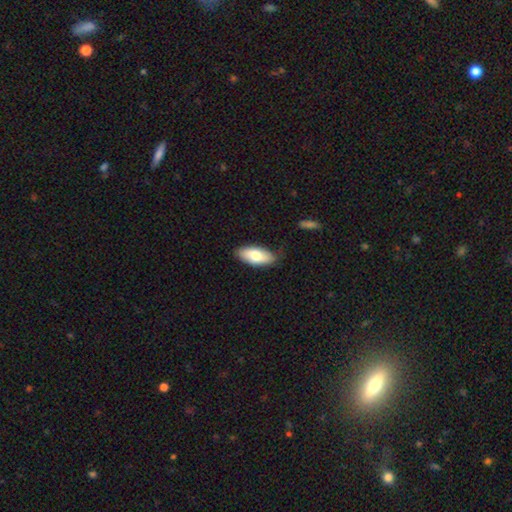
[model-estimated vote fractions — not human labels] Smooth or featured? Predicted: smooth (p=0.74). How rounded? Predicted: in between (p=0.88). Merging? Predicted: none (p=0.80).